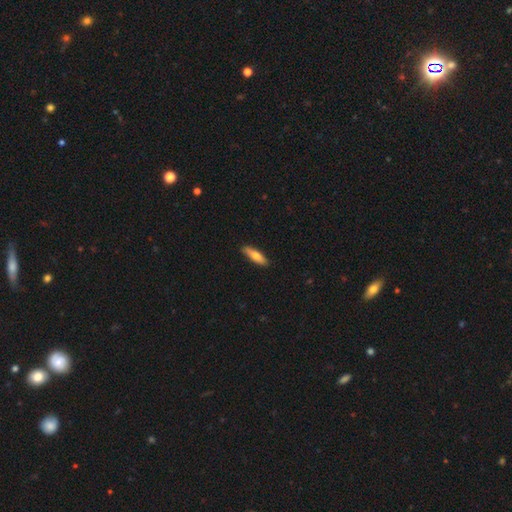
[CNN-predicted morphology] This is likely a smooth galaxy (72%). How rounded: likely cigar-shaped (63%). Merging: clearly none (88%).